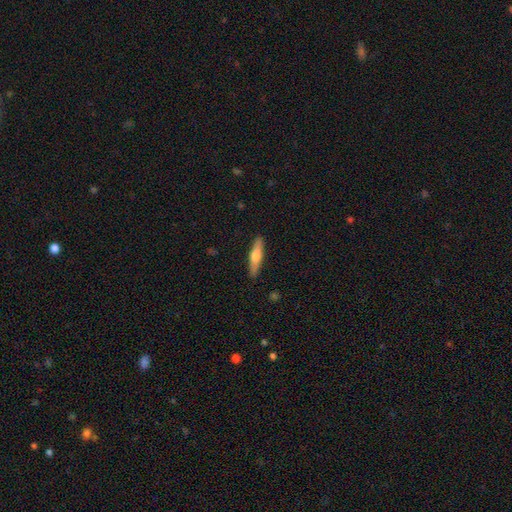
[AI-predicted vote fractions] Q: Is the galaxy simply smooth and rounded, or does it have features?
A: smooth — 54%.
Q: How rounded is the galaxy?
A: cigar-shaped — 80%.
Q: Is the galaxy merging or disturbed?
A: none — 89%.